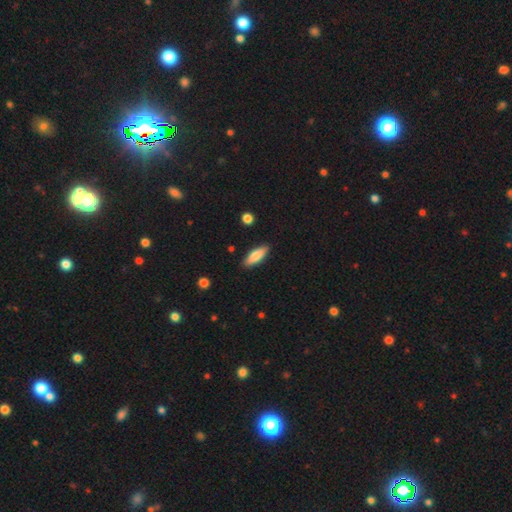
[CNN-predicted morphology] smooth_or_featured: smooth (p=0.75) [alt: featured or disk p=0.19]
how_rounded: in between (p=0.54) [alt: cigar-shaped p=0.44]
merging: none (p=0.87) [alt: minor disturbance p=0.09]